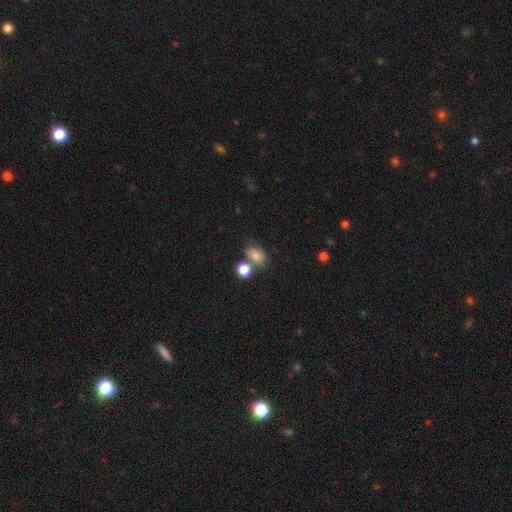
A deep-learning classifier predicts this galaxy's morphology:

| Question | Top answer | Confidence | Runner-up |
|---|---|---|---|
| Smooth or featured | smooth | 74% | featured or disk (13%) |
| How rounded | in between | 69% | round (29%) |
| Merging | none | 50% | merger (26%) |